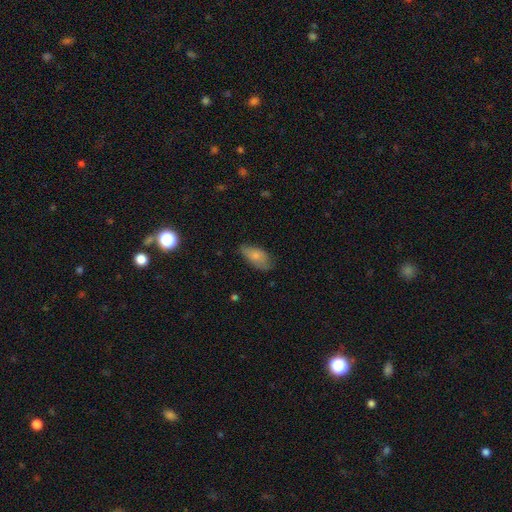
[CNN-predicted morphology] Smooth or featured?
  - smooth: 75% *
  - featured or disk: 18%
  - star or artifact: 7%
How rounded?
  - in between: 91% *
  - cigar-shaped: 6%
  - round: 3%
Merging?
  - none: 62% *
  - minor disturbance: 29%
  - major disturbance: 7%
  - merger: 1%